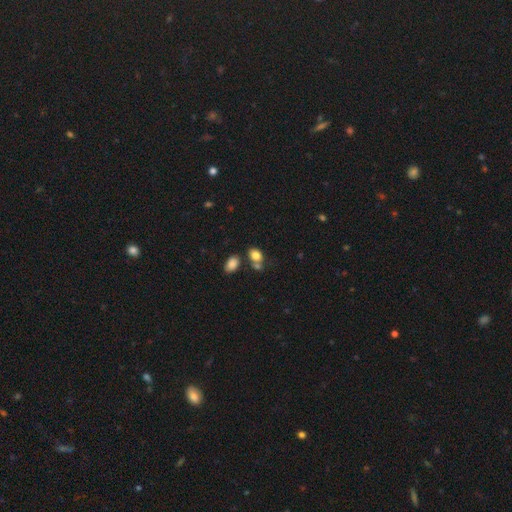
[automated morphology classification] This appears to be a smooth galaxy with no disk features (82%) that is in between round and cigar-shaped (75%). Merging: none (50%).